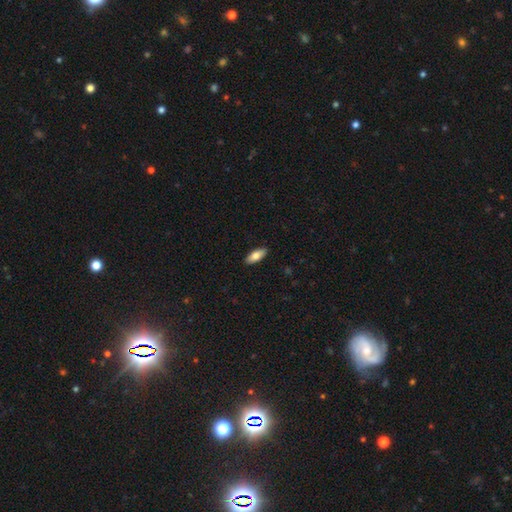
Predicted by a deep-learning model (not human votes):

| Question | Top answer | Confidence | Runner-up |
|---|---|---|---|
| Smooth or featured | smooth | 76% | featured or disk (18%) |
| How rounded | in between | 77% | cigar-shaped (21%) |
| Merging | none | 90% | minor disturbance (8%) |